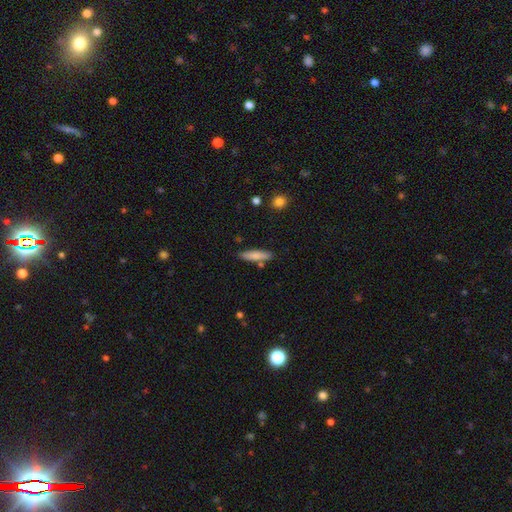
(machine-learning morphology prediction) smooth-or-featured: smooth: 79% | featured or disk: 14% | star or artifact: 6%
  how-rounded: cigar-shaped: 75% | in between: 24% | round: 2%
  merging: none: 81% | minor disturbance: 11% | merger: 6% | major disturbance: 2%